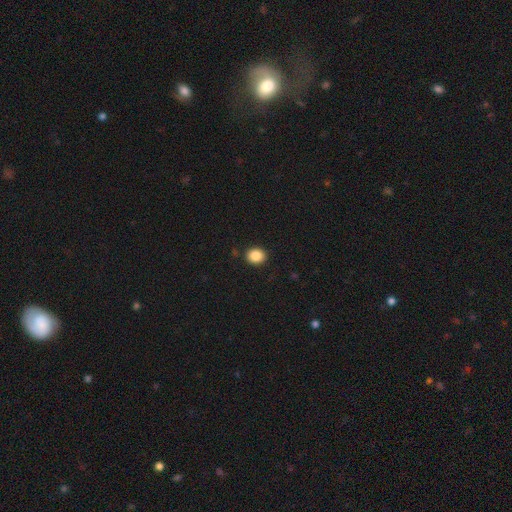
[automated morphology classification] Smooth or featured? Predicted: smooth (p=0.87). How rounded? Predicted: round (p=0.68). Merging? Predicted: none (p=0.90).